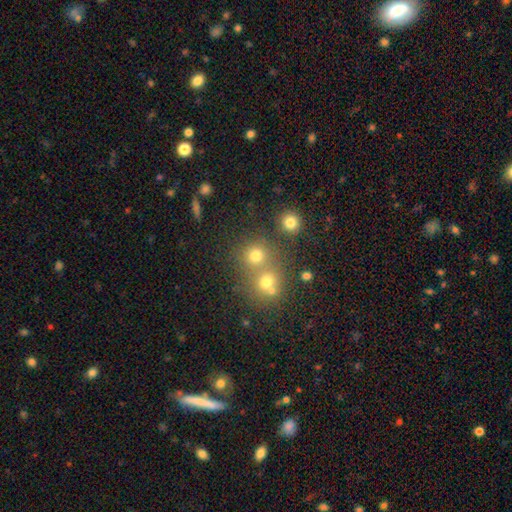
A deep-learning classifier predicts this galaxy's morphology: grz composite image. It shows a smooth galaxy with no disk features (74%) that is round (86%). Merging: none (57%).